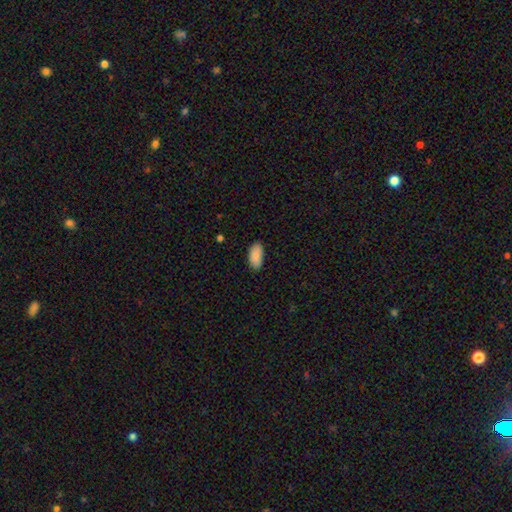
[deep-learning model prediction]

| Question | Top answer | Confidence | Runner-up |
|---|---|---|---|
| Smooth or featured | smooth | 90% | star or artifact (7%) |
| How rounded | in between | 93% | cigar-shaped (4%) |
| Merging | none | 82% | minor disturbance (14%) |